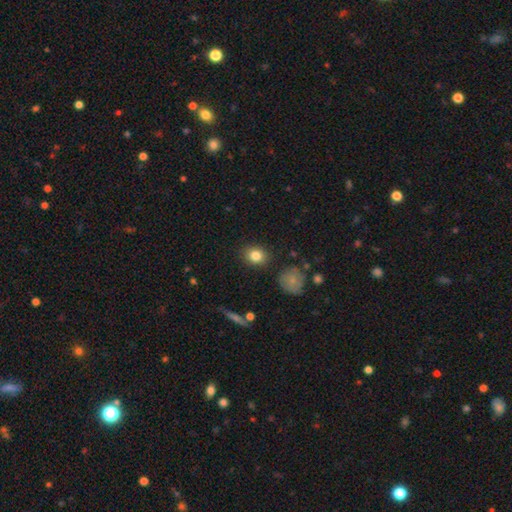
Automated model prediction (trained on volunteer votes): Smooth or featured: smooth — 83% (star or artifact — 10%)
How rounded: round — 60% (in between — 39%)
Merging: none — 87% (minor disturbance — 9%)